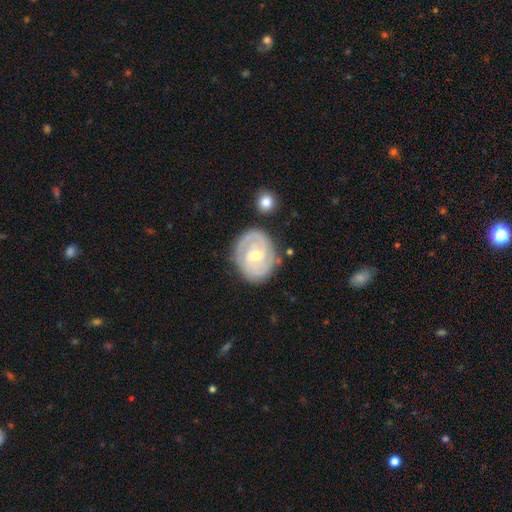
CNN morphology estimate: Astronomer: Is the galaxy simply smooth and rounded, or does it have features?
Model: featured or disk — 86%.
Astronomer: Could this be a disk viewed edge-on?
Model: no — 97%.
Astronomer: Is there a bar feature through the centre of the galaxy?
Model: weak — 48% (runner-up: no, 39%).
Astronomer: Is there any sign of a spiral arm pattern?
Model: yes — 96%.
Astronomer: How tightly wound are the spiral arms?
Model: tight — 68%.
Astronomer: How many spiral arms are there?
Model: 2 — 49%.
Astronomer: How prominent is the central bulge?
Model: moderate — 50% (runner-up: small, 47%).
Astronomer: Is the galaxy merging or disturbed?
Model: none — 78%.